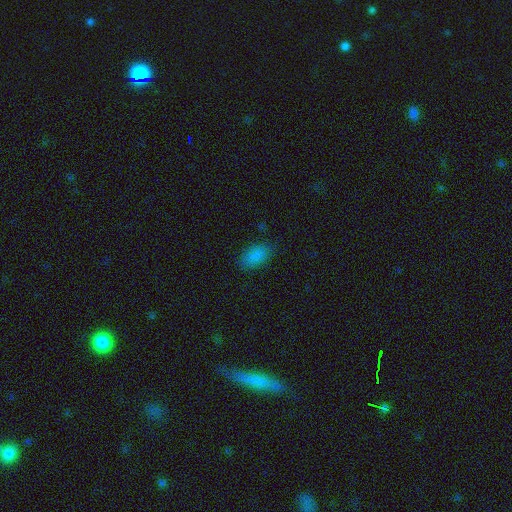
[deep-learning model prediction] Smooth or featured: smooth — 86% (star or artifact — 10%)
How rounded: in between — 93% (round — 5%)
Merging: none — 81% (minor disturbance — 15%)